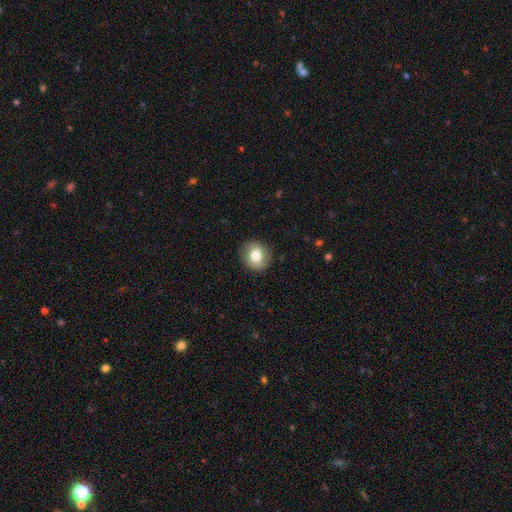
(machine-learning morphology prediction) Overall: smooth (79%). How rounded: round (82%). Merging: none (88%).